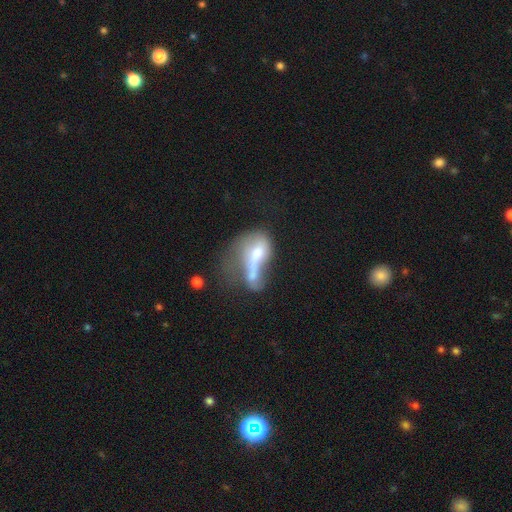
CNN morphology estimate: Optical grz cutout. It shows a smooth galaxy with no disk features (48%). Merging: merger (50%).